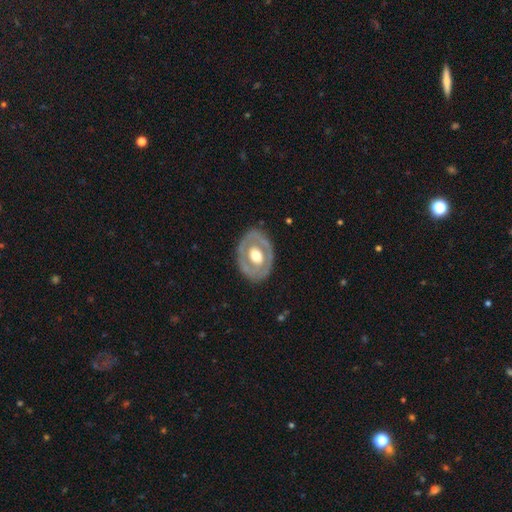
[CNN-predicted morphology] Overall: featured or disk (61%; smooth 34%). Edge-on disk: no (92%). Bar: no (77%). Spiral arms: no (84%). Bulge size: moderate (58%; large 35%). Merging: none (80%).